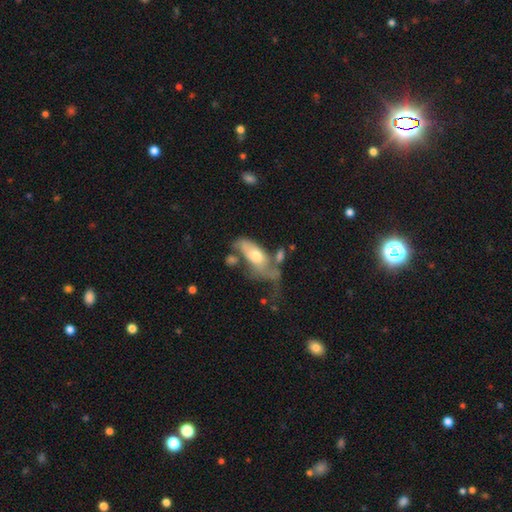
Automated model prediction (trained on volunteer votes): Morphology: type=smooth (47%); merging=major disturbance (34%).